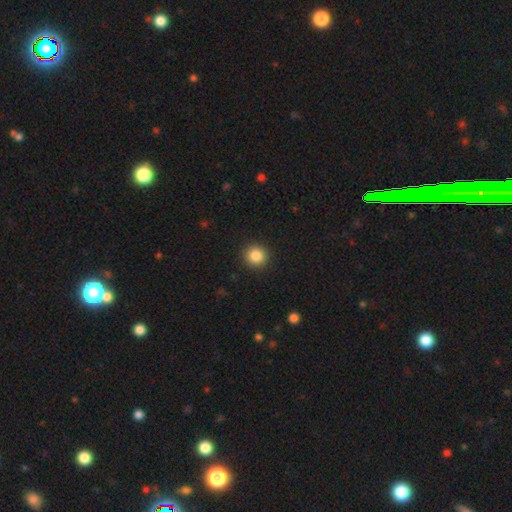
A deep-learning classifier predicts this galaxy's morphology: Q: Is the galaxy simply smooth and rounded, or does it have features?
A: smooth — 85%.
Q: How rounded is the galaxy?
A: round — 93%.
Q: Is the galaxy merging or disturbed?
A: none — 92%.